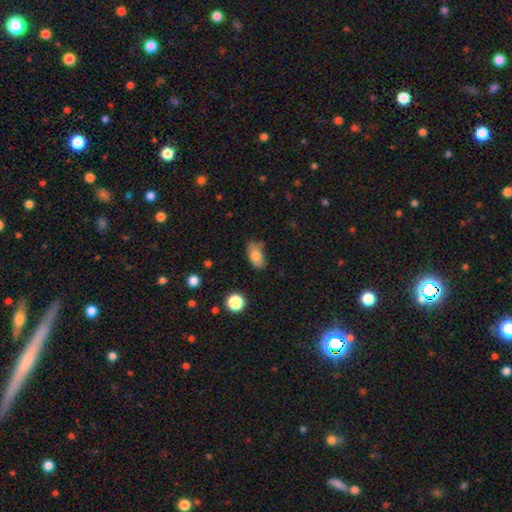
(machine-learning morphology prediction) Smooth or featured? Predicted: smooth (p=0.78). How rounded? Predicted: in between (p=0.89). Merging? Predicted: none (p=0.64).